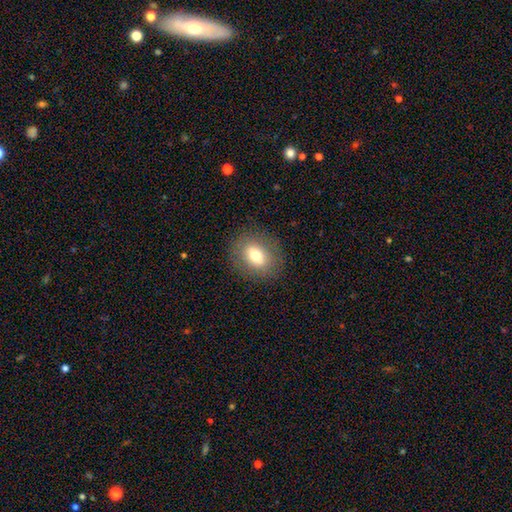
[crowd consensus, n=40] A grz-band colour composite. It shows a smooth galaxy with no disk features (70%) that is in between round and cigar-shaped (68%). Merging: none (87%).